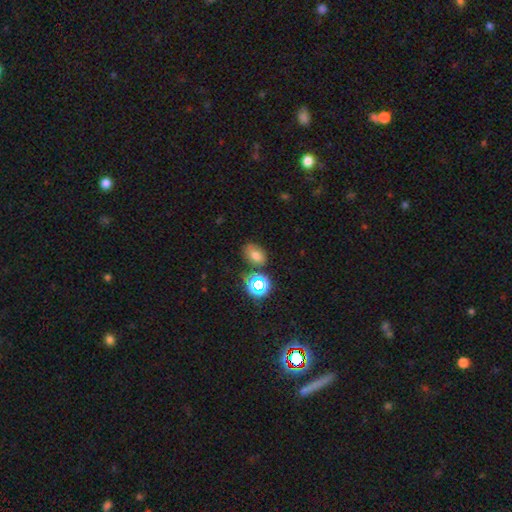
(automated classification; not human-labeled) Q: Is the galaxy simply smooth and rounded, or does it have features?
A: smooth — 63%.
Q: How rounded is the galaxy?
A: in between — 75%.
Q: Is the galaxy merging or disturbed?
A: none — 68%.